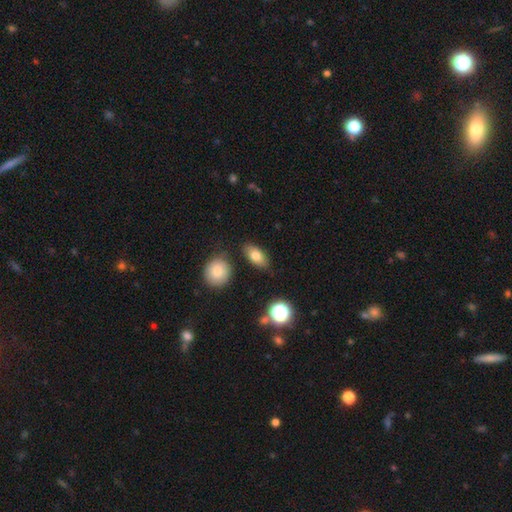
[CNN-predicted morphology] Overall: smooth (79%). How rounded: in between (87%). Merging: none (81%).